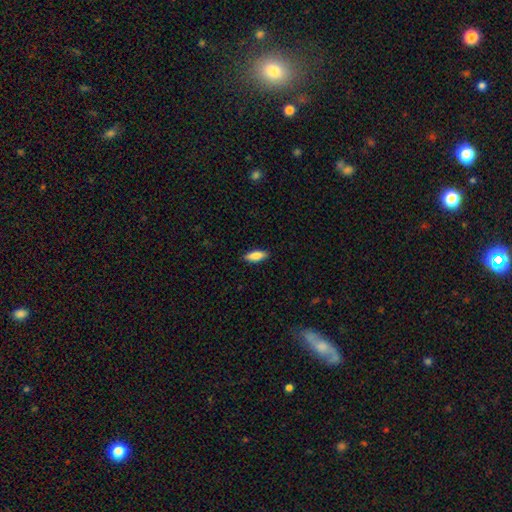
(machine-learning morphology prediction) A smooth galaxy with no disk features (84%) that is in between round and cigar-shaped (67%). Merging: none (89%).